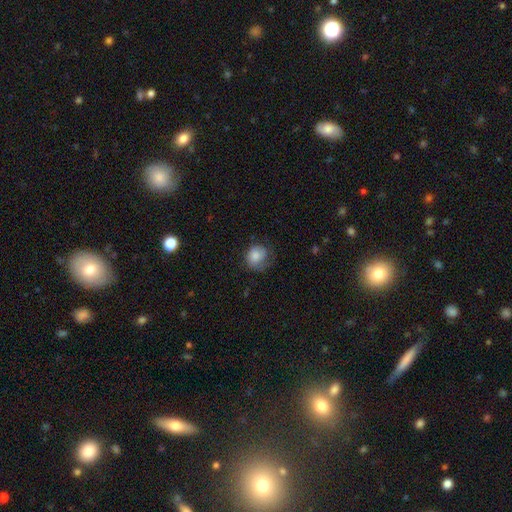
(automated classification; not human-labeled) Q: Smooth or featured?
A: smooth (77%); runner-up: featured or disk (16%)
Q: How rounded?
A: round (67%); runner-up: in between (33%)
Q: Merging?
A: none (50%); runner-up: minor disturbance (30%)